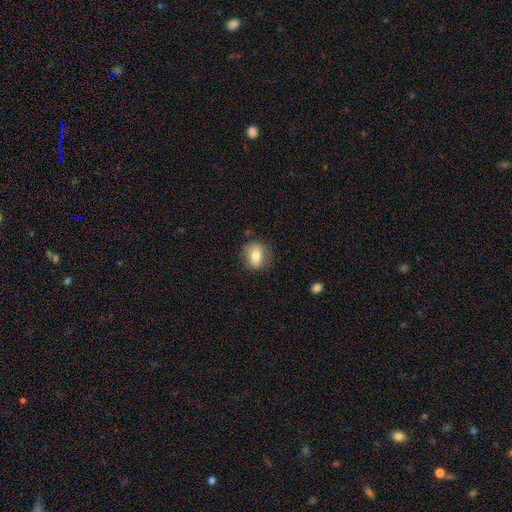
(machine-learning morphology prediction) Smooth or featured: smooth — 71% (featured or disk — 20%)
How rounded: round — 54% (in between — 45%)
Merging: none — 80% (minor disturbance — 15%)